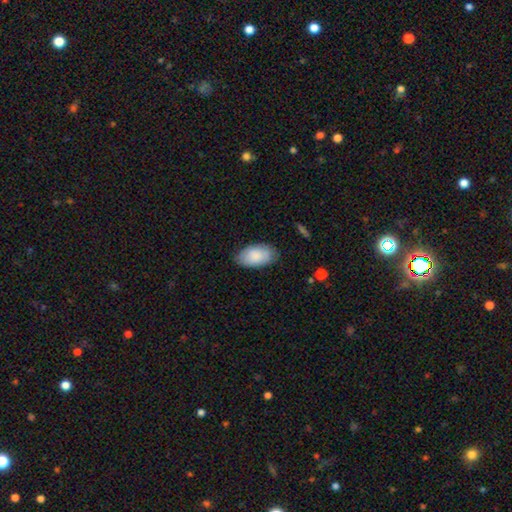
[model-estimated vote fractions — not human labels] Smooth or featured: smooth — 86% (featured or disk — 9%)
How rounded: in between — 95% (round — 3%)
Merging: none — 80% (minor disturbance — 16%)